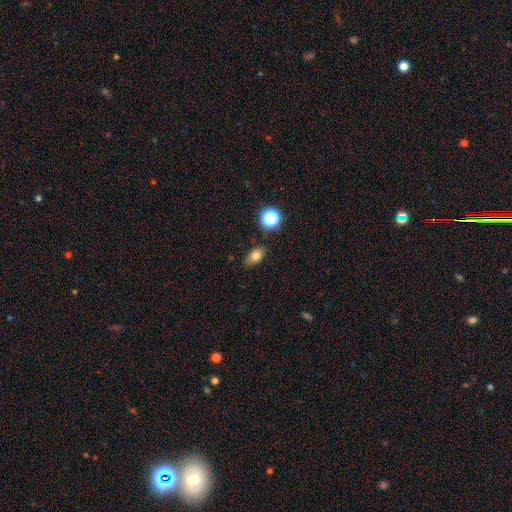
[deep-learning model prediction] smooth-or-featured: smooth: 79% | star or artifact: 12% | featured or disk: 8%
  how-rounded: in between: 81% | round: 18% | cigar-shaped: 2%
  merging: none: 82% | minor disturbance: 13% | major disturbance: 3% | merger: 3%